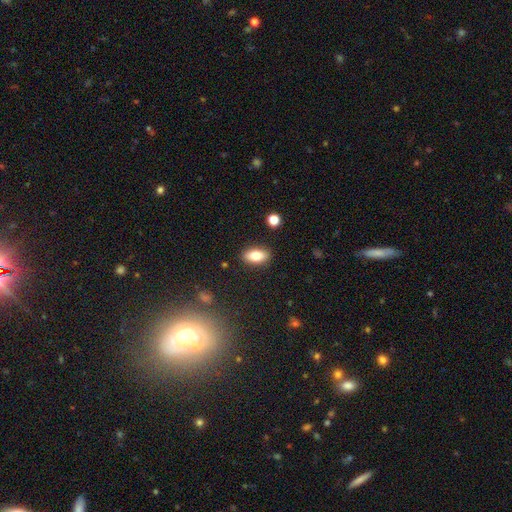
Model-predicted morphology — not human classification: smooth 78%, featured or disk 14%, star or artifact 8%. Down the decision tree: how rounded — in between (88%); merging — none (88%).